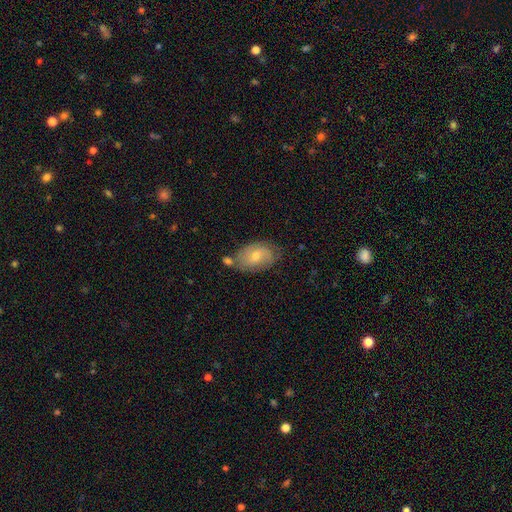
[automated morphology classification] Smooth or featured? Predicted: featured or disk (p=0.47). Merging? Predicted: none (p=0.67).